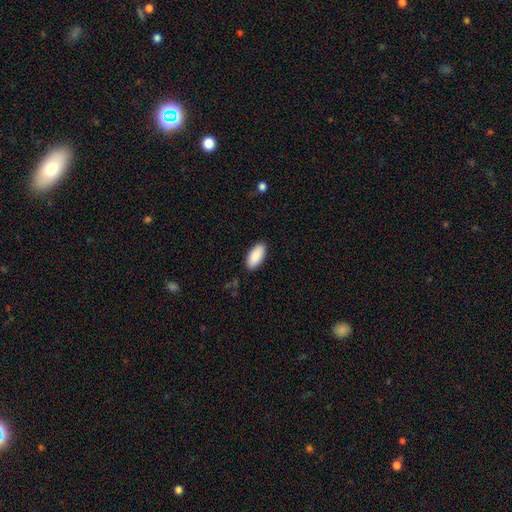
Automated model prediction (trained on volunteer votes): The model was most divided on "merging": none: 89%, minor disturbance: 8%, major disturbance: 2%, merger: 1%. More confident: how rounded — in between (92%); smooth or featured — smooth (90%).